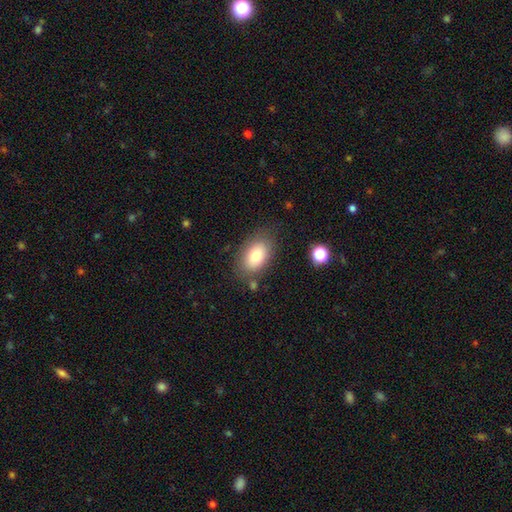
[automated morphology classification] type=smooth (79%); roundness=in between (89%); merging=none (76%).